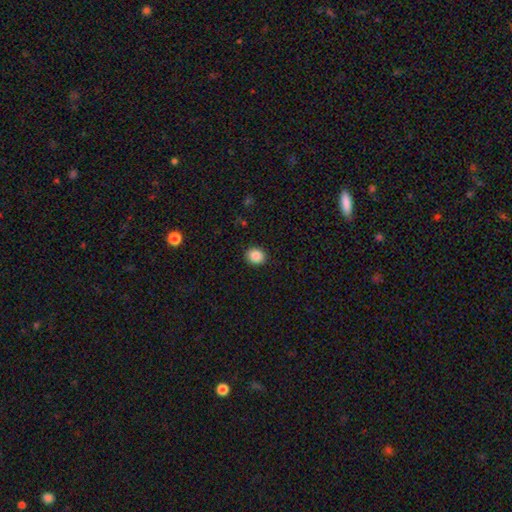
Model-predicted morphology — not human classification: Q: Smooth or featured?
A: smooth (86%); runner-up: star or artifact (9%)
Q: How rounded?
A: round (70%); runner-up: in between (29%)
Q: Merging?
A: none (91%); runner-up: minor disturbance (6%)